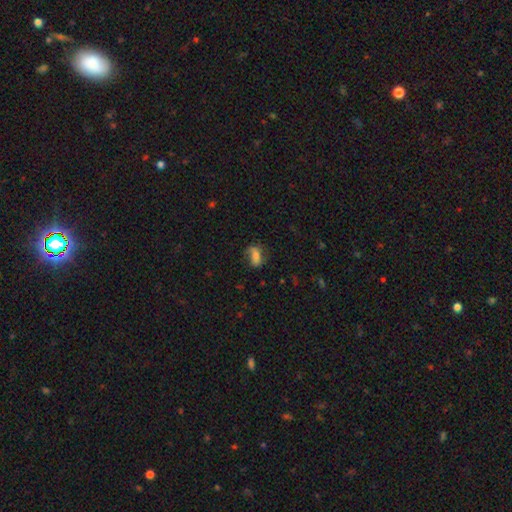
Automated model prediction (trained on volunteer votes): A smooth galaxy with no disk features (47%). Merging: none (57%).